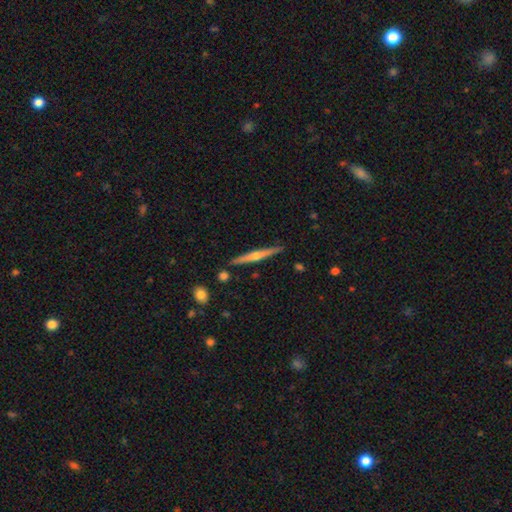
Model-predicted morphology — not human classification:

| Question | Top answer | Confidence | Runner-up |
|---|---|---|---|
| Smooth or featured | featured or disk | 66% | smooth (28%) |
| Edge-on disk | yes | 98% | no (2%) |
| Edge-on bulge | rounded | 85% | none (11%) |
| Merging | none | 88% | minor disturbance (8%) |